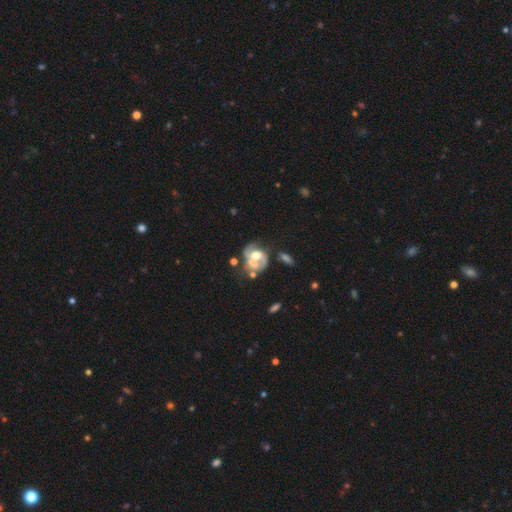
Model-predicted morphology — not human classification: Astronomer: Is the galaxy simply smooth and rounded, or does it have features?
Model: featured or disk — 69%.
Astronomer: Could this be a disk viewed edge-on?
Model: no — 97%.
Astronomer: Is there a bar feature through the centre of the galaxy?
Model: no — 65%.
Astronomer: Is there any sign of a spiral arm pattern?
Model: yes — 66%.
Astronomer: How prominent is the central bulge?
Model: moderate — 59%.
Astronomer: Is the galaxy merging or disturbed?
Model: none — 31% (runner-up: merger, 26%).